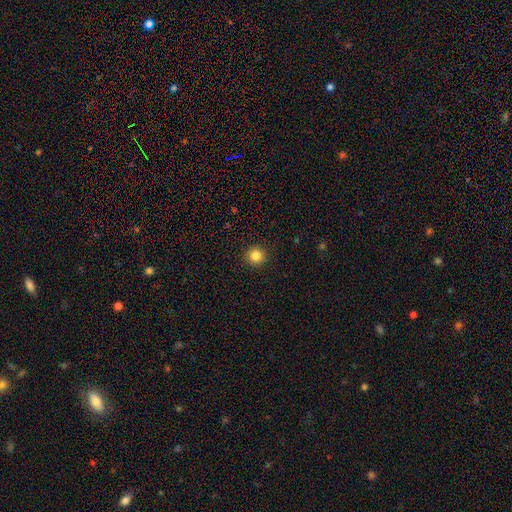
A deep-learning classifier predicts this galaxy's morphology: Smooth or featured? Predicted: smooth (p=0.84). How rounded? Predicted: round (p=0.94). Merging? Predicted: none (p=0.93).